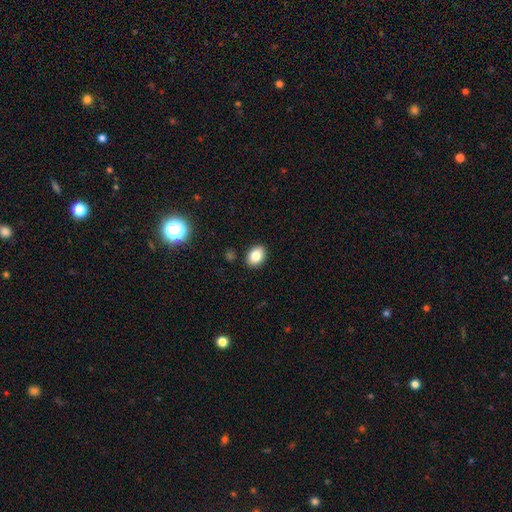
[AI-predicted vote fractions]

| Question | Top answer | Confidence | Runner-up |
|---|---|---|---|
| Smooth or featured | smooth | 83% | star or artifact (9%) |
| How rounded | in between | 74% | round (25%) |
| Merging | none | 88% | minor disturbance (8%) |